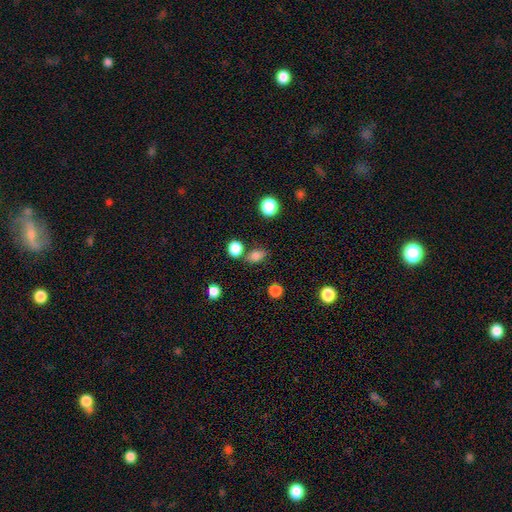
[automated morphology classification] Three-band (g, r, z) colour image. It shows a smooth galaxy with no disk features (79%) that is in between round and cigar-shaped (63%). Merging: none (69%).